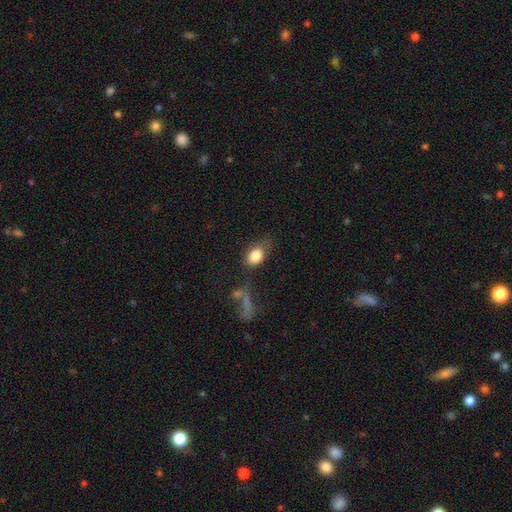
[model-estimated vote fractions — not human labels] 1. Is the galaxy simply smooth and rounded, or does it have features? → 82% smooth, 10% featured or disk, 8% star or artifact.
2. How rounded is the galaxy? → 80% in between, 18% round, 2% cigar-shaped.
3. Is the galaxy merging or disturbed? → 57% none, 22% minor disturbance, 11% major disturbance, 9% merger.